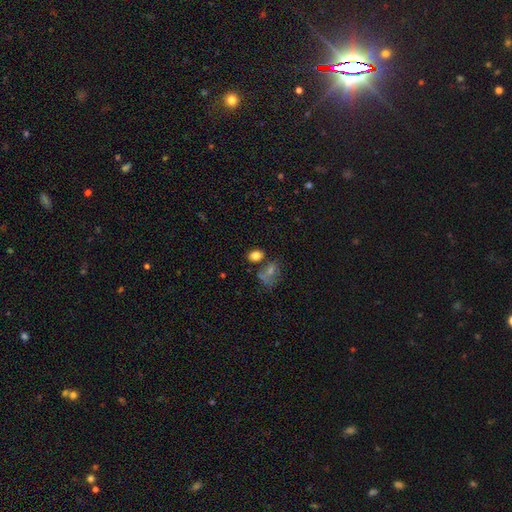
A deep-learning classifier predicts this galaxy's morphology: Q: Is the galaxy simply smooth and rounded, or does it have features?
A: smooth — 80%.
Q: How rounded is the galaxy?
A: in between — 71%.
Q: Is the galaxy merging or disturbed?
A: none — 63%.